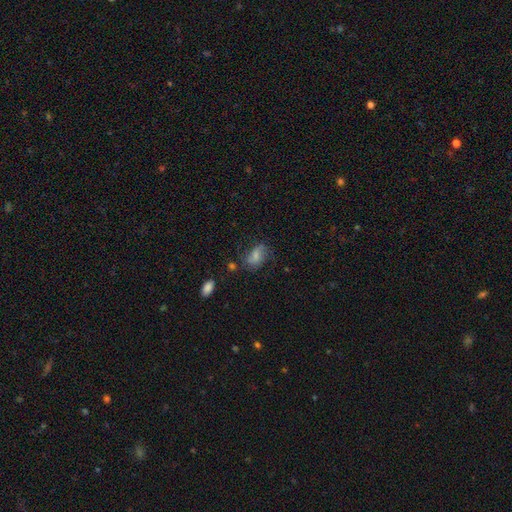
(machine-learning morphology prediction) Smooth or featured? smooth (55%)
How rounded? in between (81%)
Merging? none (53%)